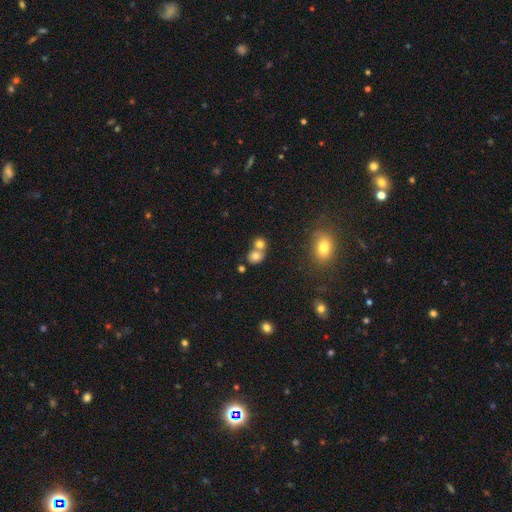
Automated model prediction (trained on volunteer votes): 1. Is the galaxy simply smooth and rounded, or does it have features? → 76% smooth, 12% star or artifact, 11% featured or disk.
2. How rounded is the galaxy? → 64% round, 35% in between, 1% cigar-shaped.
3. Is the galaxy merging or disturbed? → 48% merger, 41% none, 8% minor disturbance, 3% major disturbance.